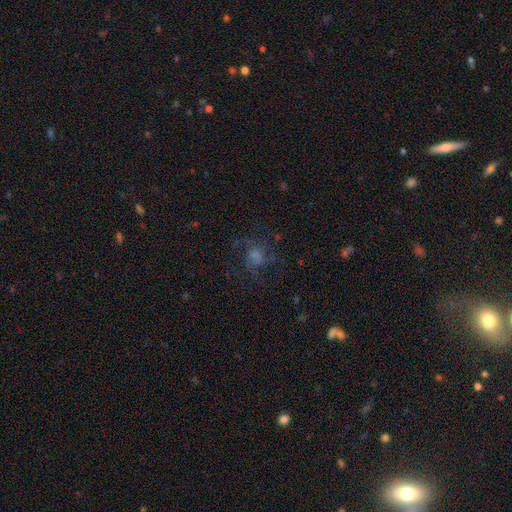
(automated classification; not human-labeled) Smooth or featured?
  - featured or disk: 48% *
  - smooth: 29%
  - star or artifact: 24%
Merging?
  - none: 62% *
  - major disturbance: 20%
  - minor disturbance: 16%
  - merger: 2%